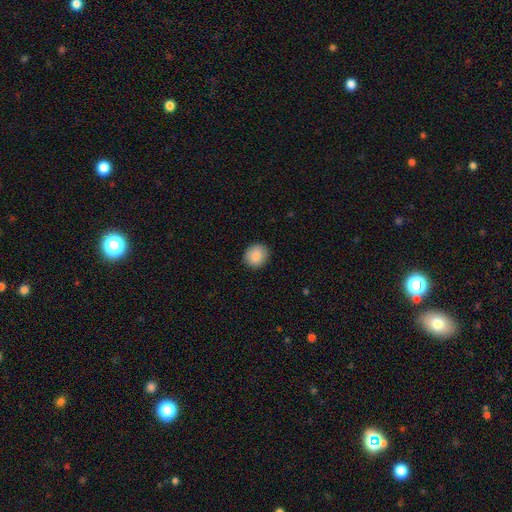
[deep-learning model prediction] Morphology: type=smooth (86%); roundness=round (78%); merging=none (89%).